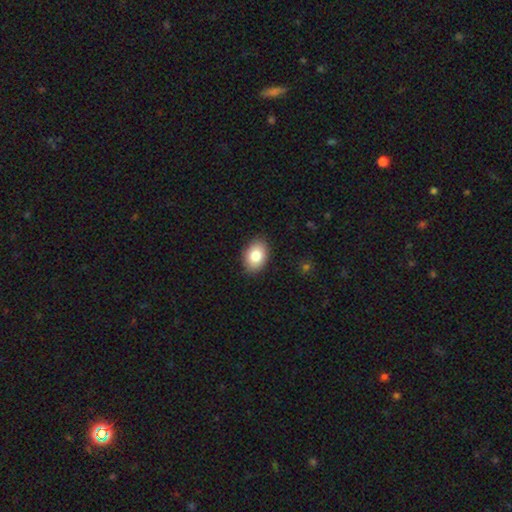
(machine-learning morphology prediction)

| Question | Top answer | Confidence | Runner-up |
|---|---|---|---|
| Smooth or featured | smooth | 83% | featured or disk (10%) |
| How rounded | in between | 83% | round (16%) |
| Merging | none | 88% | minor disturbance (9%) |